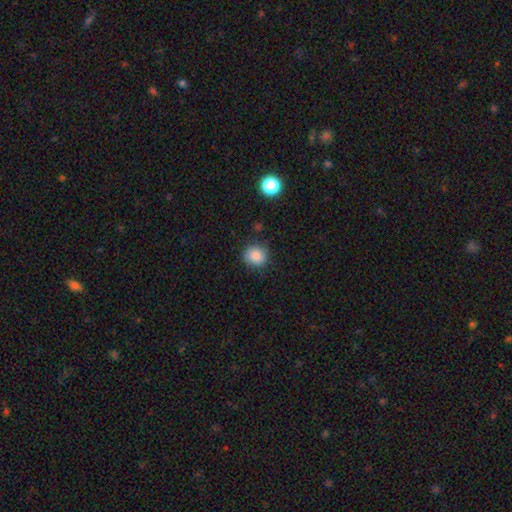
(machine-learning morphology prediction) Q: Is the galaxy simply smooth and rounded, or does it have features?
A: smooth — 85%.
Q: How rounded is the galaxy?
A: round — 81%.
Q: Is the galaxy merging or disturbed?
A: none — 82%.